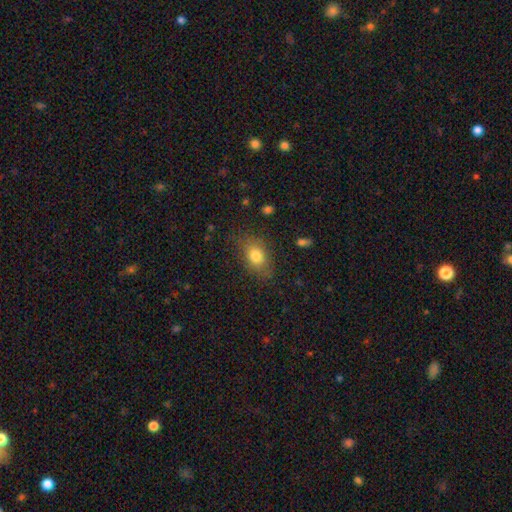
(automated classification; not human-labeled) Smooth or featured: smooth — 79% (featured or disk — 11%)
How rounded: in between — 78% (round — 19%)
Merging: none — 77% (minor disturbance — 17%)